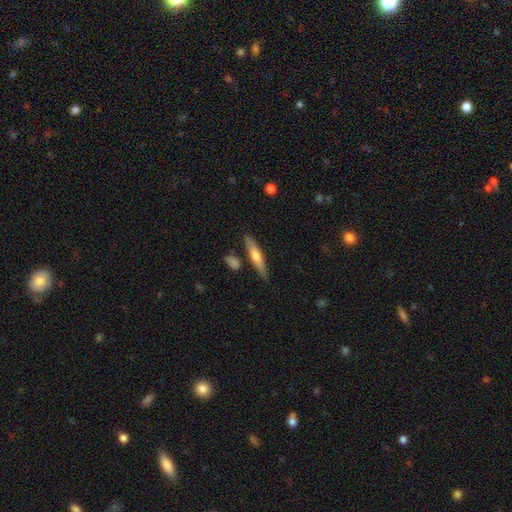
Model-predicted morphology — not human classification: Smooth or featured?
  - smooth: 51% *
  - featured or disk: 43%
  - star or artifact: 6%
How rounded?
  - cigar-shaped: 85% *
  - in between: 13%
  - round: 2%
Merging?
  - none: 81% *
  - minor disturbance: 11%
  - merger: 5%
  - major disturbance: 2%